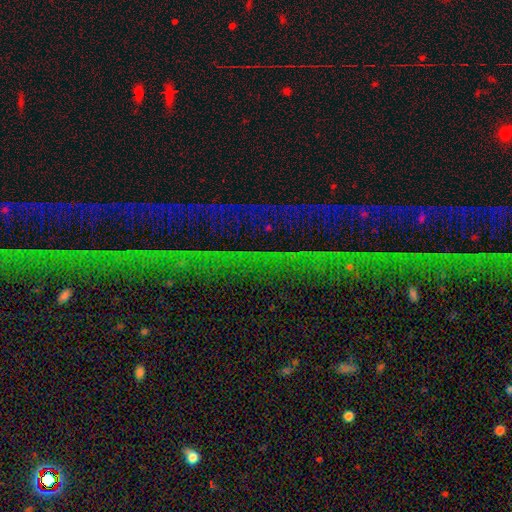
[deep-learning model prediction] smooth-or-featured: star or artifact: 77% | featured or disk: 13% | smooth: 10%